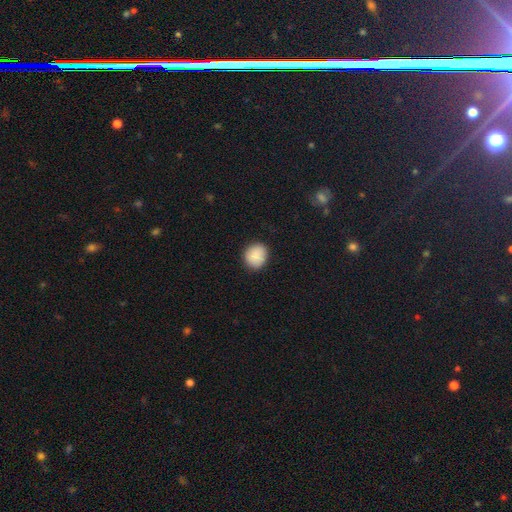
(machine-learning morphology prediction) Overall: smooth (89%). How rounded: round (81%). Merging: none (89%).